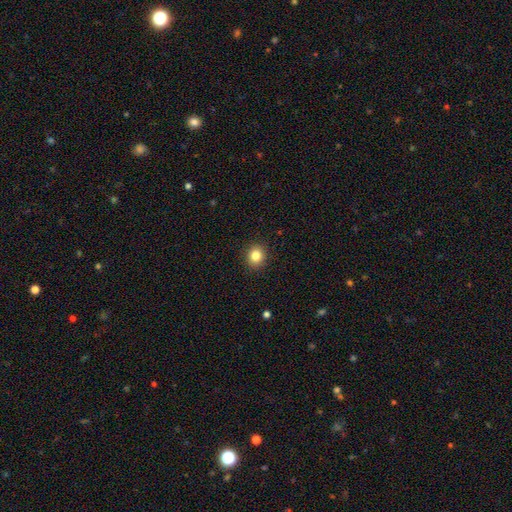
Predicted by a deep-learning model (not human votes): Morphology: type=smooth (84%); roundness=round (83%); merging=none (91%).